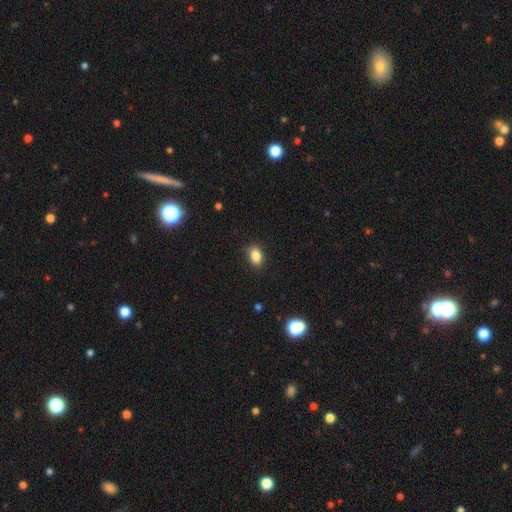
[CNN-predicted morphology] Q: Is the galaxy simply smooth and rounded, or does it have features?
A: smooth — 85%.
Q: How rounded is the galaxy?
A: in between — 82%.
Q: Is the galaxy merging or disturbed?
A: none — 83%.